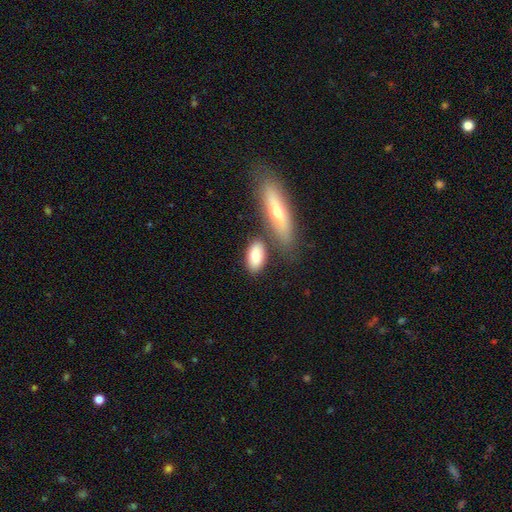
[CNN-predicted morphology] Smooth or featured: smooth — 80% (featured or disk — 14%)
How rounded: in between — 88% (cigar-shaped — 8%)
Merging: none — 69% (merger — 14%)